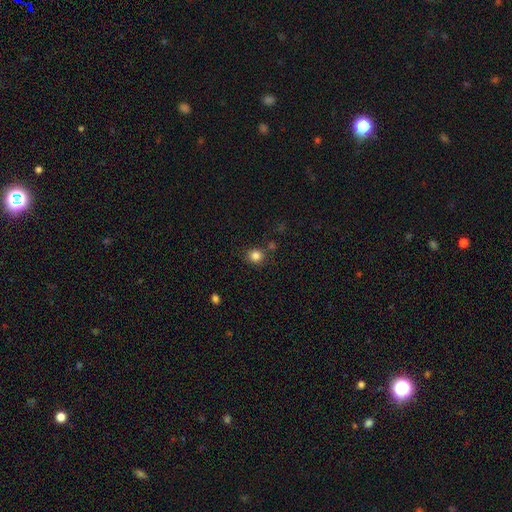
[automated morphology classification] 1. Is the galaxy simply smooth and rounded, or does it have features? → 83% smooth, 12% star or artifact, 5% featured or disk.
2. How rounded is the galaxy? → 86% round, 13% in between, 1% cigar-shaped.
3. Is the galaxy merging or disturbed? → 82% none, 9% minor disturbance, 6% merger, 3% major disturbance.